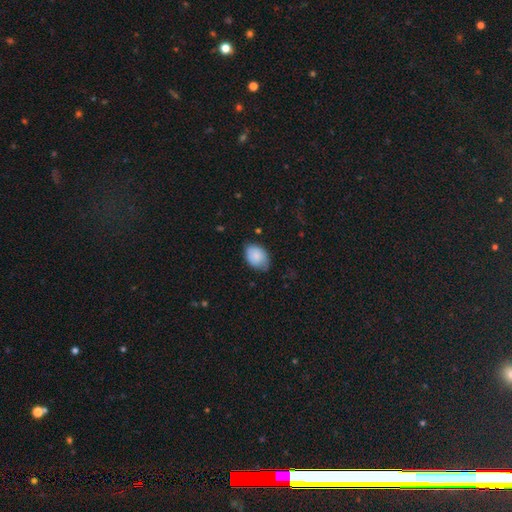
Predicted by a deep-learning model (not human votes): Smooth or featured: smooth — 84% (featured or disk — 9%)
How rounded: in between — 82% (round — 17%)
Merging: none — 68% (minor disturbance — 26%)